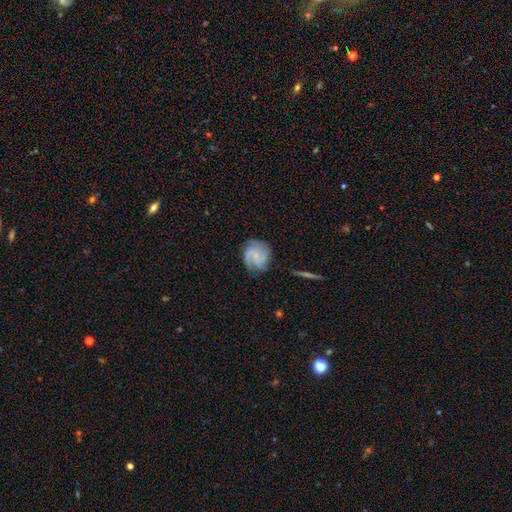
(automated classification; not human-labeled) Q: Smooth or featured?
A: featured or disk (75%); runner-up: smooth (18%)
Q: Edge-on disk?
A: no (98%); runner-up: yes (2%)
Q: Bar?
A: no (67%); runner-up: weak (28%)
Q: Spiral arms?
A: yes (95%); runner-up: no (5%)
Q: Spiral winding?
A: medium (46%); runner-up: tight (39%)
Q: Spiral arm count?
A: 3 (43%); runner-up: 2 (28%)
Q: Bulge size?
A: small (72%); runner-up: moderate (19%)
Q: Merging?
A: none (73%); runner-up: minor disturbance (19%)